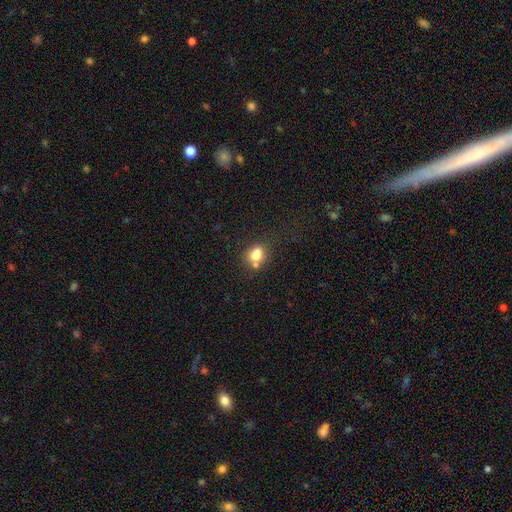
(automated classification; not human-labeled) Smooth or featured? Predicted: smooth (p=0.73). How rounded? Predicted: round (p=0.53). Merging? Predicted: none (p=0.46).